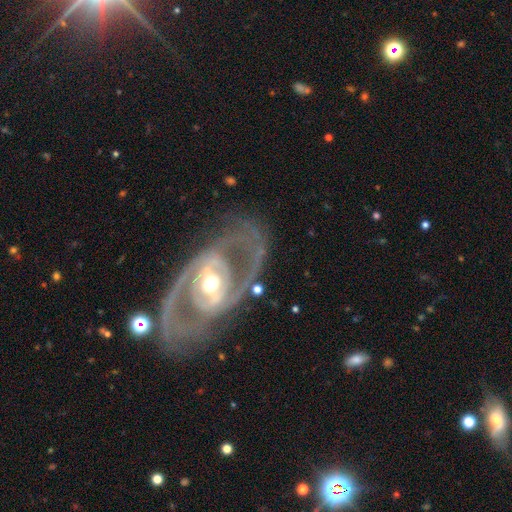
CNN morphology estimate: Q: Smooth or featured?
A: featured or disk (89%); runner-up: smooth (6%)
Q: Edge-on disk?
A: no (95%); runner-up: yes (5%)
Q: Bar?
A: weak (35%); runner-up: strong (34%)
Q: Spiral arms?
A: yes (89%); runner-up: no (11%)
Q: Spiral winding?
A: medium (53%); runner-up: tight (29%)
Q: Spiral arm count?
A: 2 (87%); runner-up: can't tell (5%)
Q: Bulge size?
A: moderate (62%); runner-up: small (25%)
Q: Merging?
A: none (75%); runner-up: minor disturbance (13%)